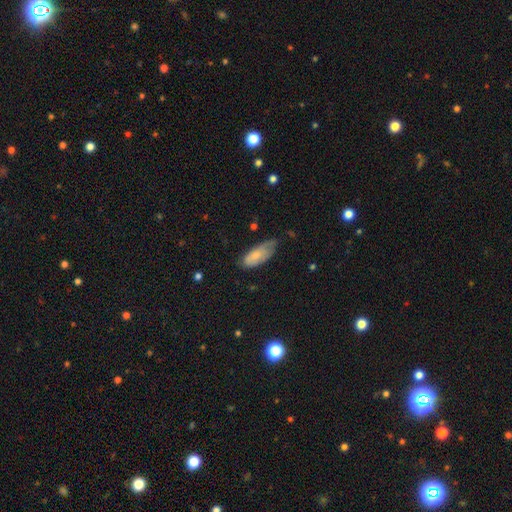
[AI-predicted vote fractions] Morphology: type=smooth (74%); roundness=in between (84%); merging=none (46%).